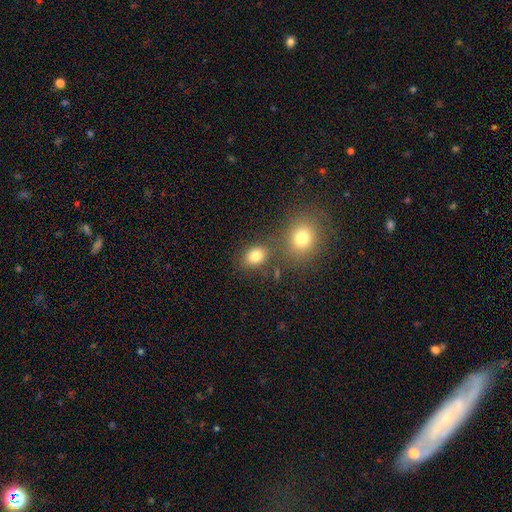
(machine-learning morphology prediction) type=smooth (80%); roundness=in between (55%); merging=none (69%).